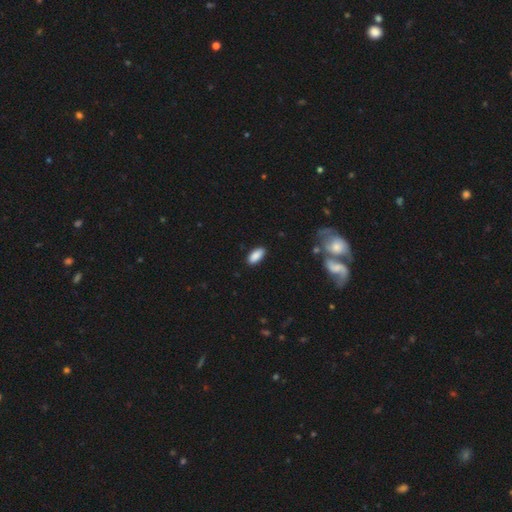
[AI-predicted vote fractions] The model was most divided on "merging": none: 88%, minor disturbance: 9%, major disturbance: 2%, merger: 1%. More confident: how rounded — in between (89%); smooth or featured — smooth (89%).